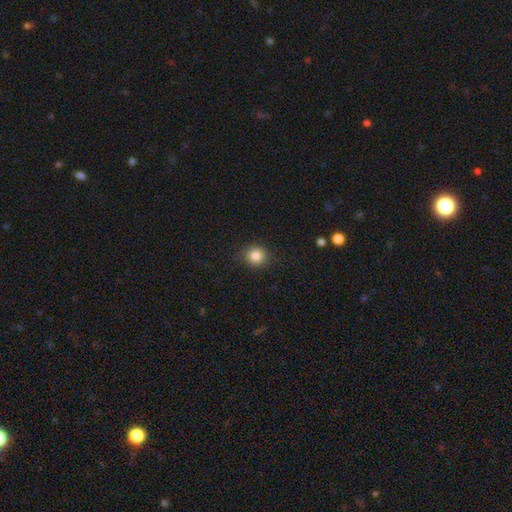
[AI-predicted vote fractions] smooth-or-featured: smooth: 85% | star or artifact: 11% | featured or disk: 5%
  how-rounded: round: 87% | in between: 12% | cigar-shaped: 1%
  merging: none: 89% | minor disturbance: 8% | major disturbance: 2% | merger: 1%